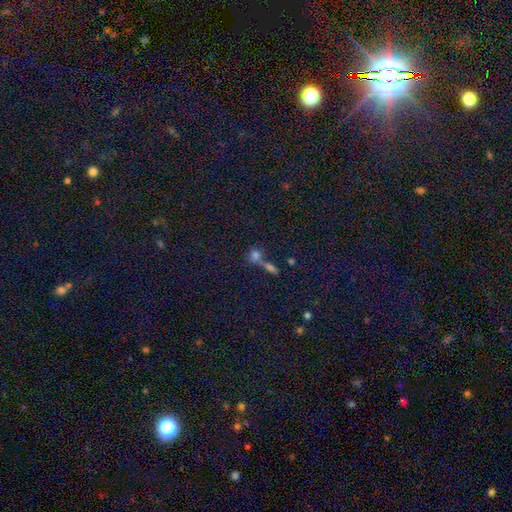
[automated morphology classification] Smooth or featured?
  - smooth: 60% *
  - star or artifact: 26%
  - featured or disk: 14%
How rounded?
  - round: 66% *
  - in between: 27%
  - cigar-shaped: 6%
Merging?
  - merger: 46% *
  - none: 41%
  - minor disturbance: 8%
  - major disturbance: 5%